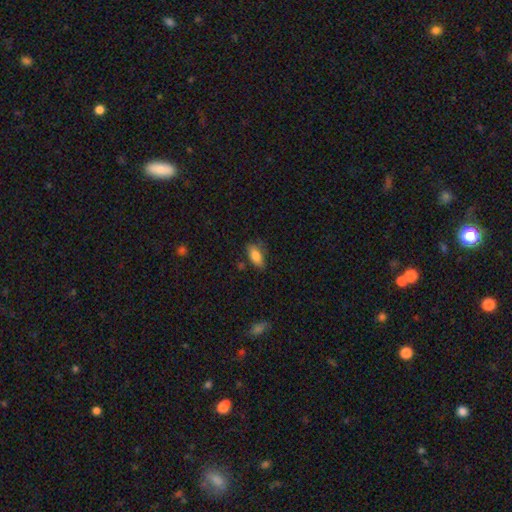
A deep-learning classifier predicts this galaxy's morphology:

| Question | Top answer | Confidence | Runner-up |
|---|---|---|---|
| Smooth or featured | smooth | 83% | featured or disk (10%) |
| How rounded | in between | 85% | cigar-shaped (11%) |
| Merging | none | 68% | minor disturbance (23%) |